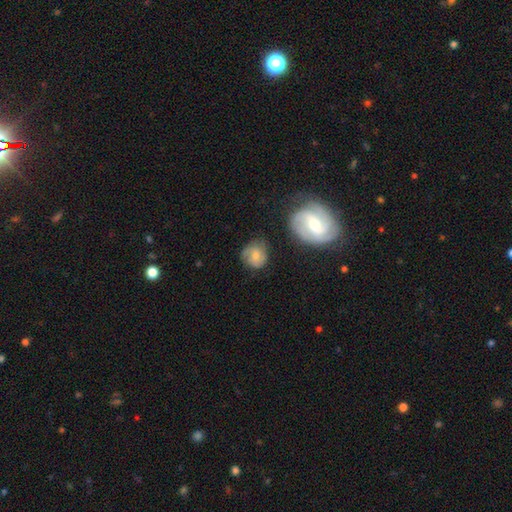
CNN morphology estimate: A smooth galaxy with no disk features (49%).

Vote fractions:
- Smooth or featured? smooth: 49% / featured or disk: 43% / star or artifact: 8%
- Merging? none: 64% / minor disturbance: 23% / major disturbance: 10% / merger: 4%